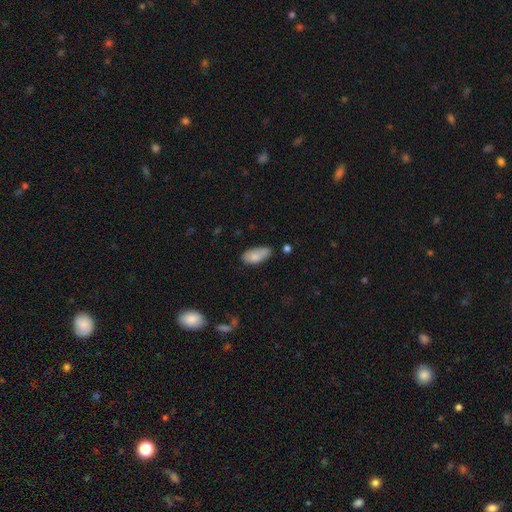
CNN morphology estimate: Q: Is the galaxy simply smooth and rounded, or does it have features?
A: smooth — 82%.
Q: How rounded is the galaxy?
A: in between — 89%.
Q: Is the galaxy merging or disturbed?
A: none — 65%.